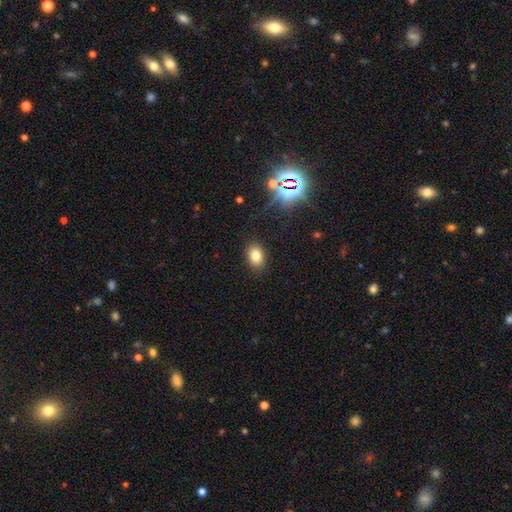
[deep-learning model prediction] smooth 79%, star or artifact 14%, featured or disk 8%. Down the decision tree: how rounded — in between (75%); merging — none (87%).